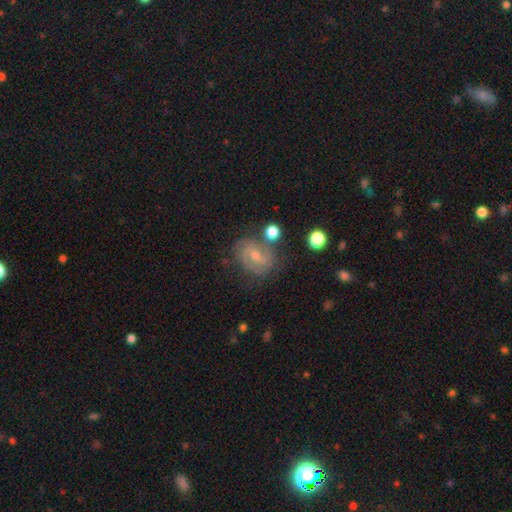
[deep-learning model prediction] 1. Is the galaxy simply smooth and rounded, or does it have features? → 63% featured or disk, 28% smooth, 10% star or artifact.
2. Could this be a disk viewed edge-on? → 96% no, 4% yes.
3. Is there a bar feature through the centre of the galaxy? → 52% weak, 30% no, 19% strong.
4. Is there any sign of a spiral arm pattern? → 82% yes, 18% no.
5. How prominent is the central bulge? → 47% small (tied), 47% moderate (tied), 3% none, 2% large, 1% dominant.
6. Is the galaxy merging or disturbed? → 64% none, 19% minor disturbance, 8% merger, 8% major disturbance.